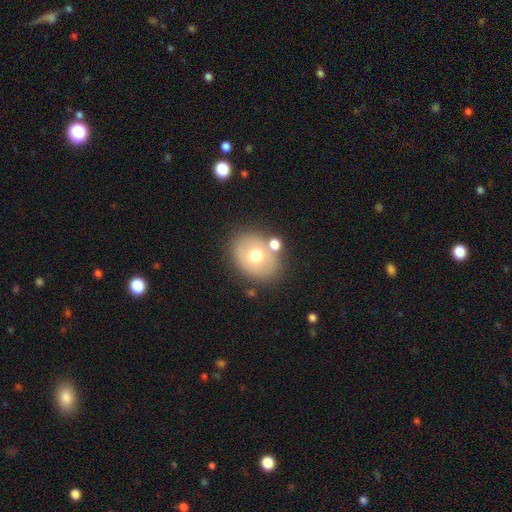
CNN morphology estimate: Smooth or featured? smooth (62%)
How rounded? round (50%)
Merging? none (70%)